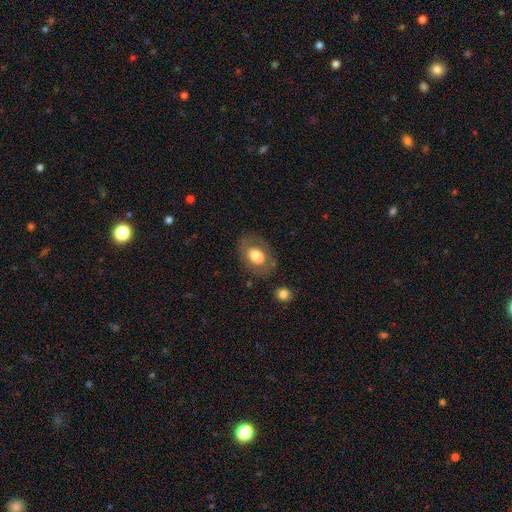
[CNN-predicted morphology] type=smooth (68%); roundness=in between (78%); merging=none (73%).